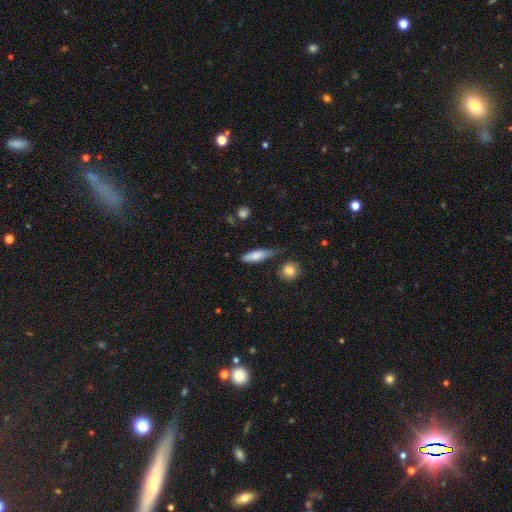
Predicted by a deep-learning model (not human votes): Smooth or featured? smooth (77%)
How rounded? cigar-shaped (56%)
Merging? none (63%)